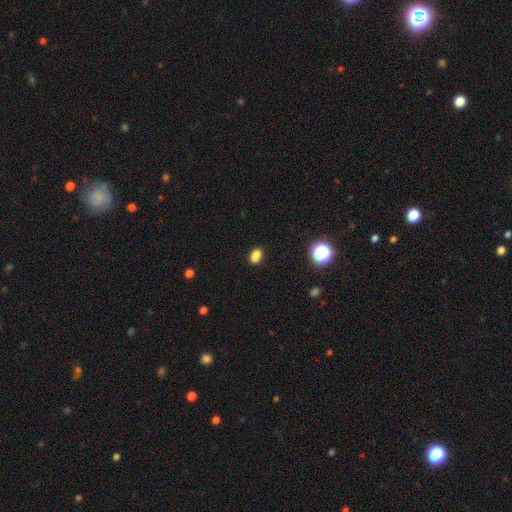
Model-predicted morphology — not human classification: smooth_or_featured: smooth (p=0.83) [alt: star or artifact p=0.14]
how_rounded: in between (p=0.79) [alt: round p=0.19]
merging: none (p=0.84) [alt: minor disturbance p=0.11]